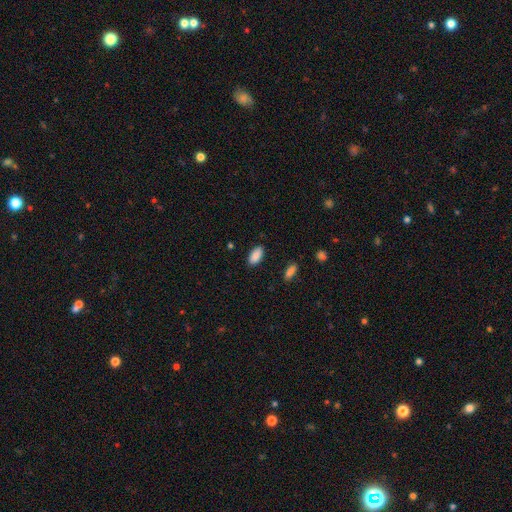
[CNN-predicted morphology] The model was most divided on "merging": none: 86%, minor disturbance: 10%, major disturbance: 2%, merger: 1%. More confident: how rounded — in between (92%); smooth or featured — smooth (89%).